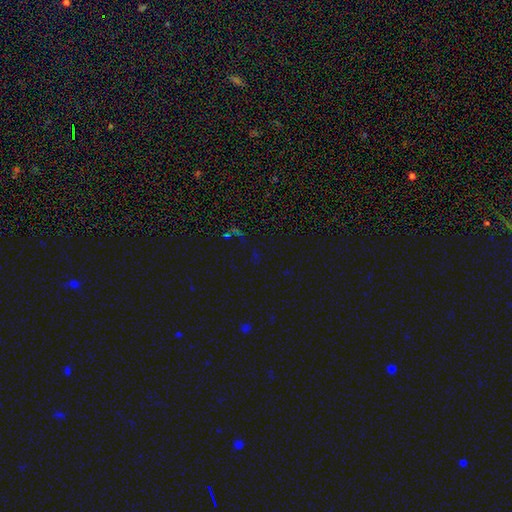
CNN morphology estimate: The model was most divided on "smooth or featured": star or artifact: 70%, smooth: 20%, featured or disk: 10%.